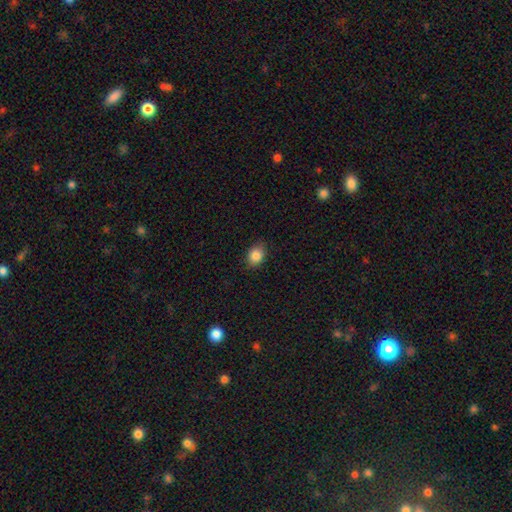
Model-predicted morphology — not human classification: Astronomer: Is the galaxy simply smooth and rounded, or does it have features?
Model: smooth — 86%.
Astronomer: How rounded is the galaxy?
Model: in between — 60% (runner-up: round, 39%).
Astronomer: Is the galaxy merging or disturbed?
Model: none — 84%.